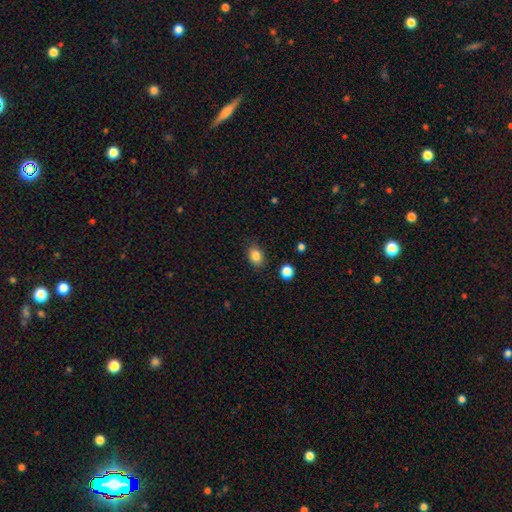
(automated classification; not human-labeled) This is clearly a smooth galaxy (84%). How rounded: likely in between (71%). Merging: clearly none (83%).